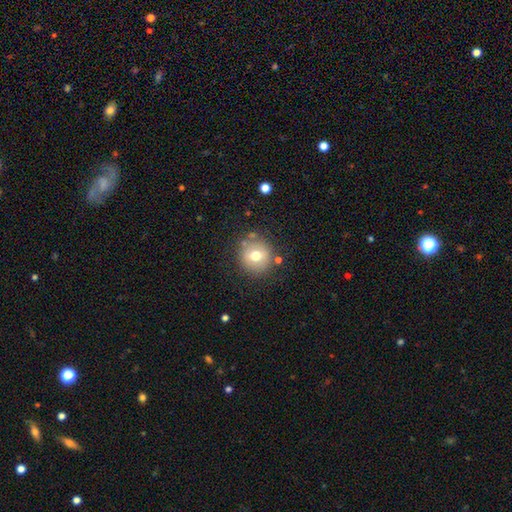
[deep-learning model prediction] This appears to be a smooth galaxy with no disk features (67%) that is round (92%). Merging: none (81%).